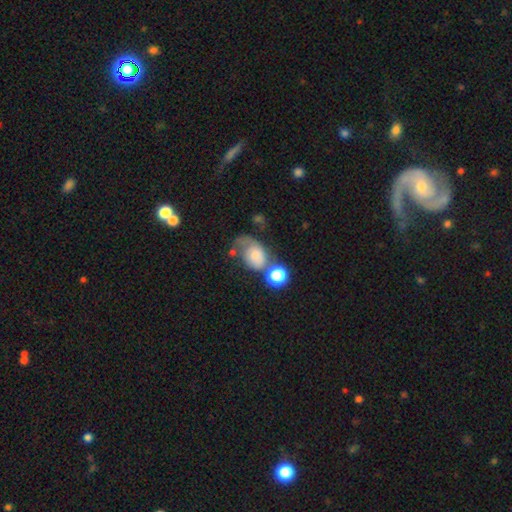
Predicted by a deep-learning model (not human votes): Smooth or featured? Predicted: smooth (p=0.53). How rounded? Predicted: in between (p=0.65). Merging? Predicted: major disturbance (p=0.31).